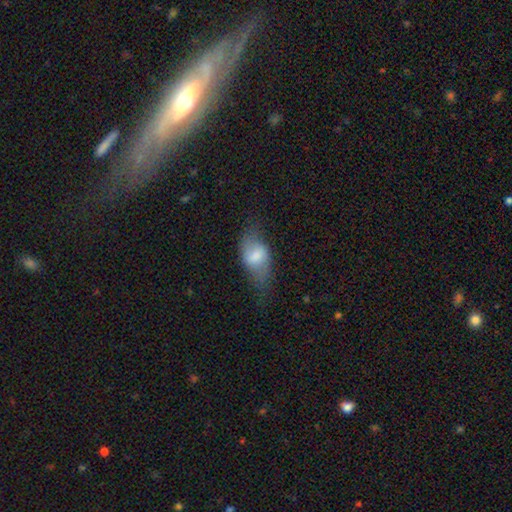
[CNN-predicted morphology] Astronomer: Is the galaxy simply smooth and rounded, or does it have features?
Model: smooth — 55% (runner-up: featured or disk, 38%).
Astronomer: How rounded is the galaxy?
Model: in between — 85%.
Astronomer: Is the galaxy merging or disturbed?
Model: none — 56%.